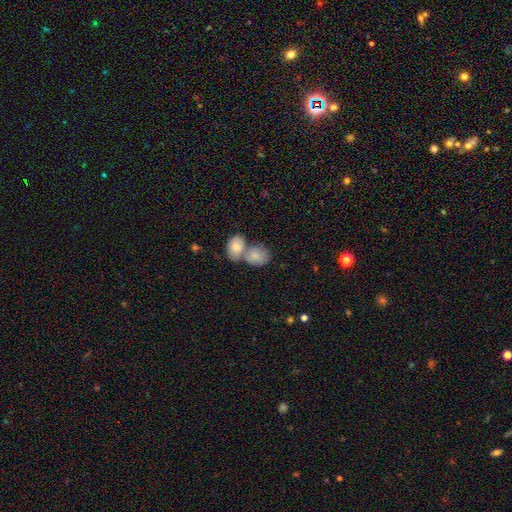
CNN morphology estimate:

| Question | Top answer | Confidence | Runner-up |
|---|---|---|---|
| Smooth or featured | smooth | 79% | featured or disk (14%) |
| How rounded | in between | 64% | round (35%) |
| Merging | merger | 62% | none (27%) |